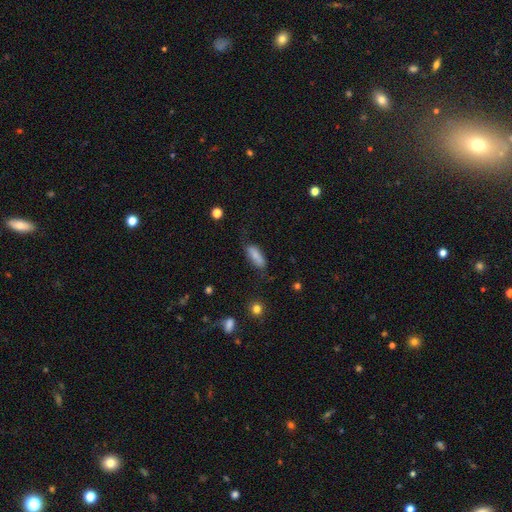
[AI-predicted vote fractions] smooth_or_featured: smooth (p=0.82) [alt: featured or disk p=0.11]
how_rounded: in between (p=0.61) [alt: cigar-shaped p=0.36]
merging: none (p=0.64) [alt: minor disturbance p=0.25]